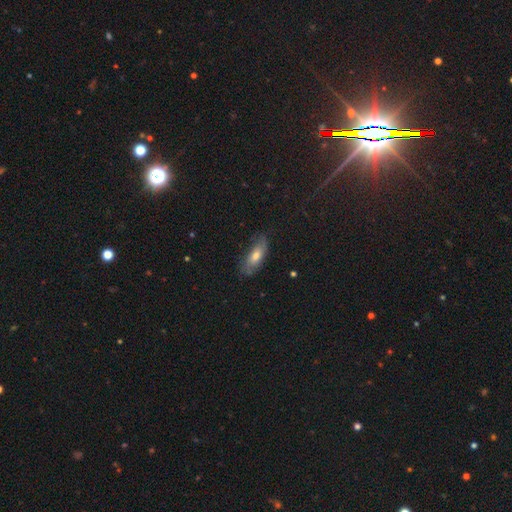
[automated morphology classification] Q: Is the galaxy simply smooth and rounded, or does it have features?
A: smooth — 58%.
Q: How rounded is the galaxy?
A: in between — 71%.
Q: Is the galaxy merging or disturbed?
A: none — 71%.